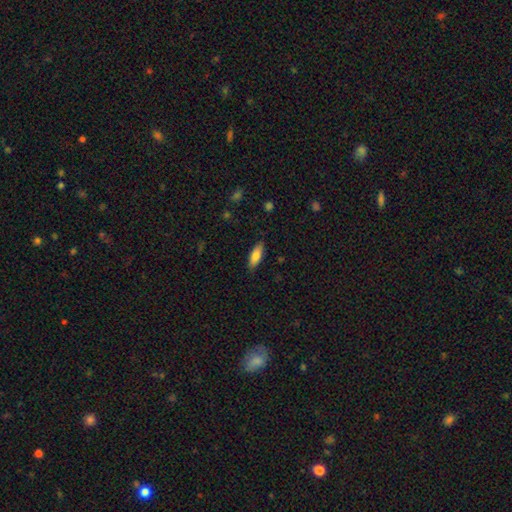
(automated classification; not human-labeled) This is likely a smooth galaxy (79%). How rounded: likely in between (68%). Merging: clearly none (85%).